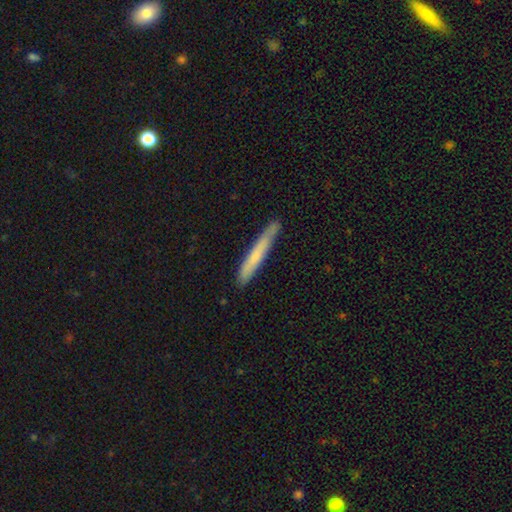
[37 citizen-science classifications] smooth 54%, featured or disk 38%, star or artifact 8%. Down the decision tree: how rounded — cigar-shaped (100%); merging — none (76%).